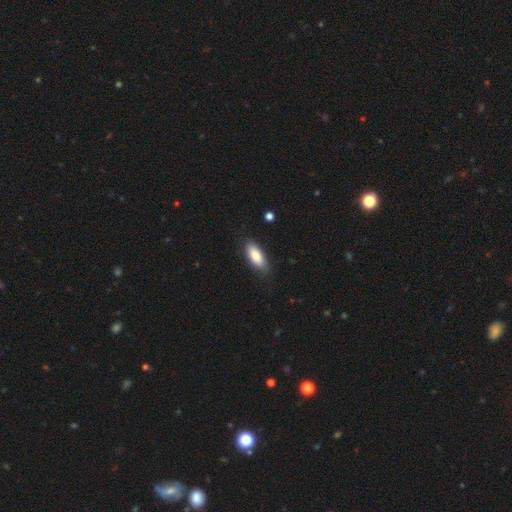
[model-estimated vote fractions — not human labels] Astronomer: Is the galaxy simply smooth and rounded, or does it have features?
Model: smooth — 85%.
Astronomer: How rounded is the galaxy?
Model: in between — 83%.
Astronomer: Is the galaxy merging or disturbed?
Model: none — 79%.